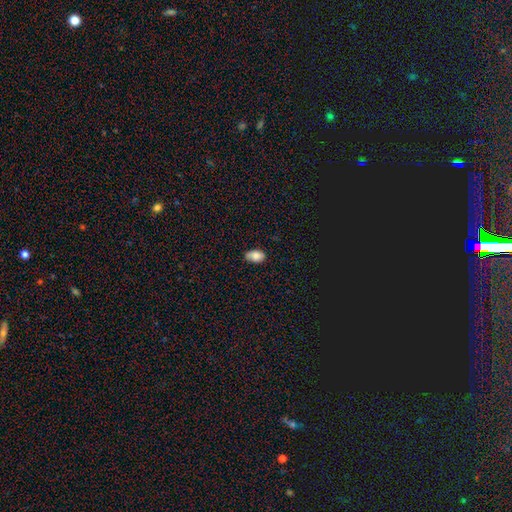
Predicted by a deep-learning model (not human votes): Smooth or featured? Predicted: smooth (p=0.83). How rounded? Predicted: in between (p=0.90). Merging? Predicted: none (p=0.69).